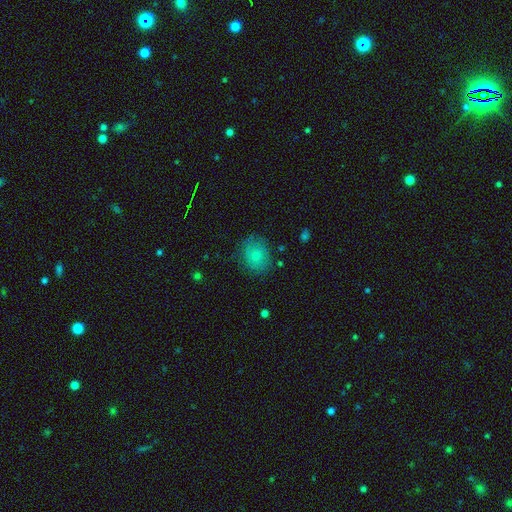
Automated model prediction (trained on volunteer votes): A smooth galaxy with no disk features (76%) that is round (58%). Merging: none (75%).